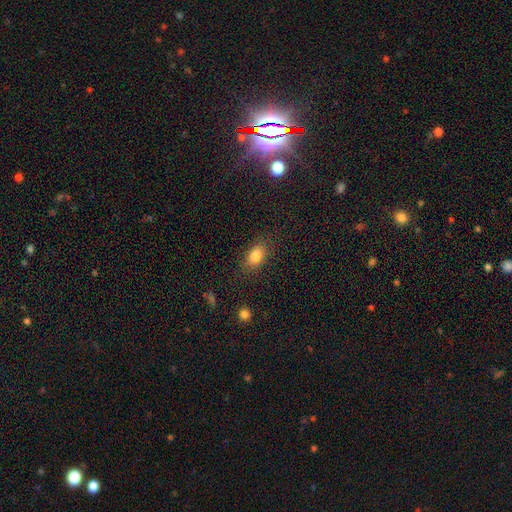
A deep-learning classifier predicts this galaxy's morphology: type=smooth (84%); roundness=in between (84%); merging=none (82%).